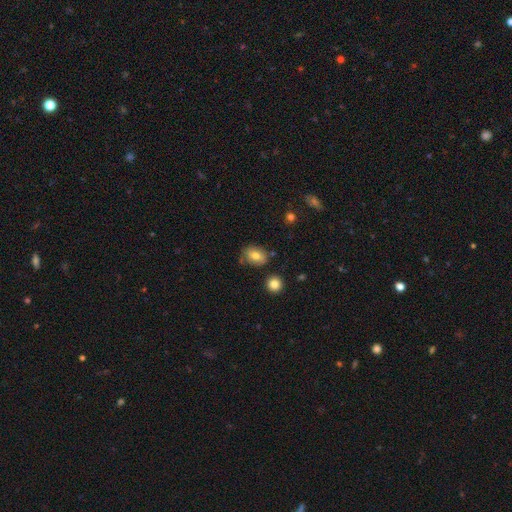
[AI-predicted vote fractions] Smooth or featured: smooth — 76% (featured or disk — 14%)
How rounded: in between — 63% (round — 36%)
Merging: none — 72% (minor disturbance — 19%)